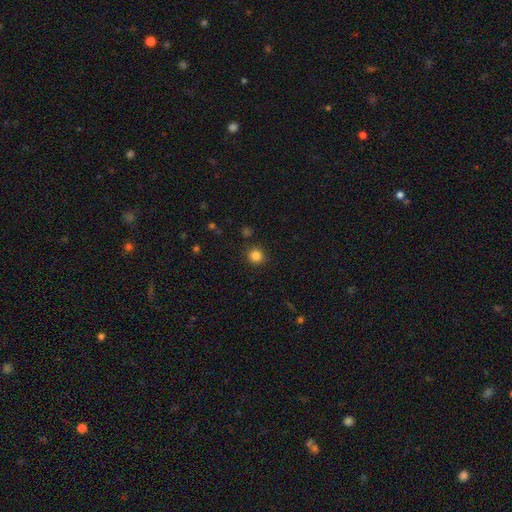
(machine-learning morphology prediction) This appears to be a smooth galaxy with no disk features (84%) that is round (91%). Merging: none (89%).